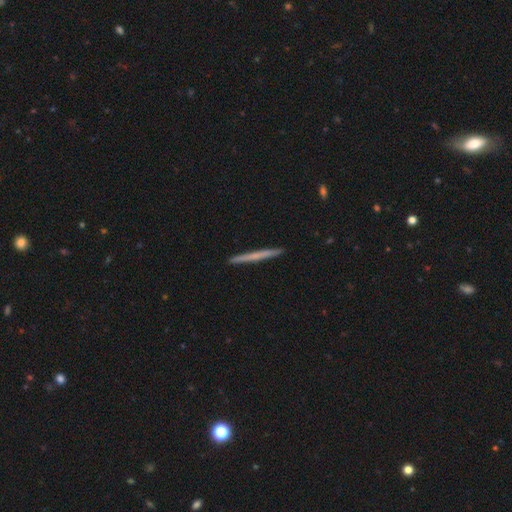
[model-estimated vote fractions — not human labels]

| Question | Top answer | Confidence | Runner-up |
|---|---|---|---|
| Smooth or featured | smooth | 52% | featured or disk (42%) |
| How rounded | cigar-shaped | 97% | in between (2%) |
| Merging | none | 93% | minor disturbance (5%) |